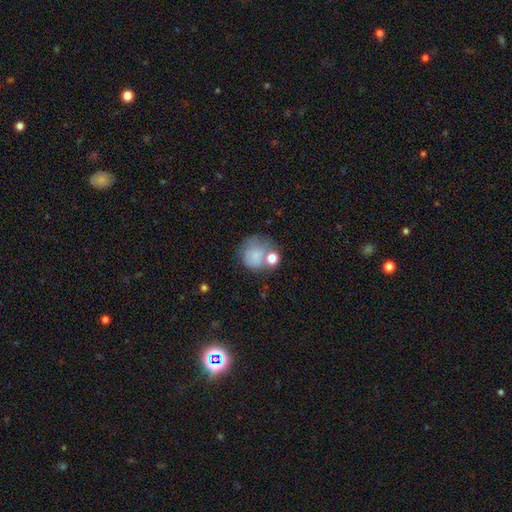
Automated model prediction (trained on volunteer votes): smooth_or_featured: smooth (p=0.72) [alt: featured or disk p=0.17]
how_rounded: round (p=0.81) [alt: in between p=0.18]
merging: none (p=0.41) [alt: merger p=0.23]